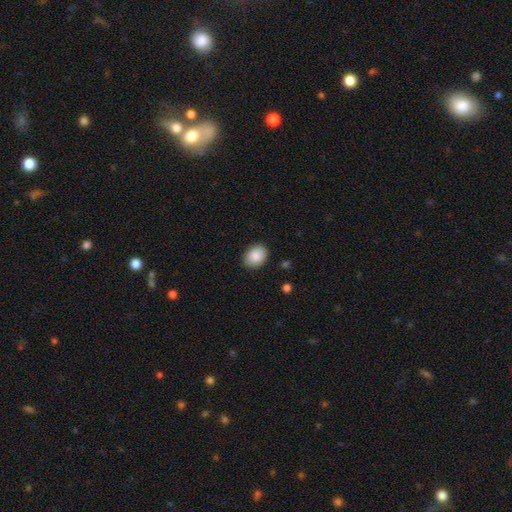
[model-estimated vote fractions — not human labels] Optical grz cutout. It shows a smooth galaxy with no disk features (88%) that is in between round and cigar-shaped (60%). Merging: none (87%).